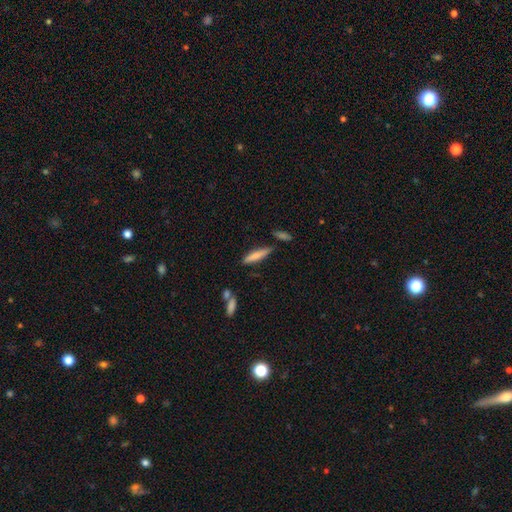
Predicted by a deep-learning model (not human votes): This appears to be a smooth galaxy with no disk features (76%) that is cigar-shaped (83%). Merging: none (75%).